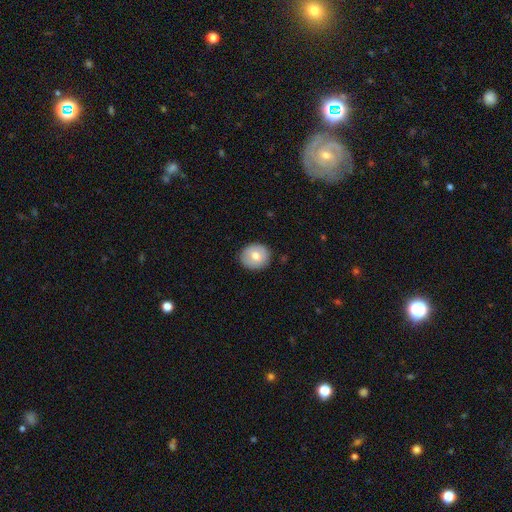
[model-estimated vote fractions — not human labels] Smooth or featured?
  - smooth: 72% *
  - featured or disk: 21%
  - star or artifact: 7%
How rounded?
  - round: 79% *
  - in between: 20%
  - cigar-shaped: 1%
Merging?
  - none: 87% *
  - minor disturbance: 10%
  - major disturbance: 2%
  - merger: 1%